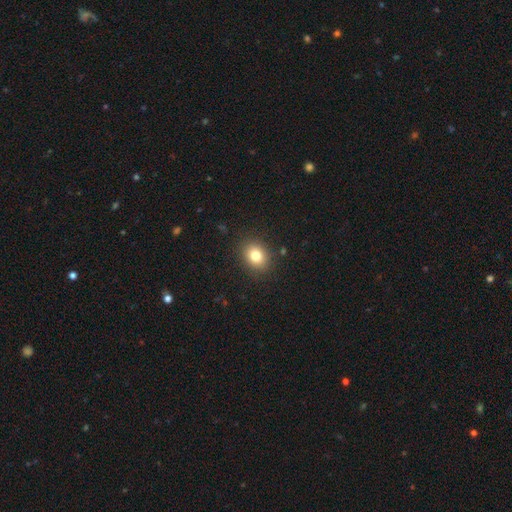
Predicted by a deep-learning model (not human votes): Q: Smooth or featured?
A: smooth (80%); runner-up: star or artifact (11%)
Q: How rounded?
A: round (54%); runner-up: in between (45%)
Q: Merging?
A: none (88%); runner-up: minor disturbance (8%)